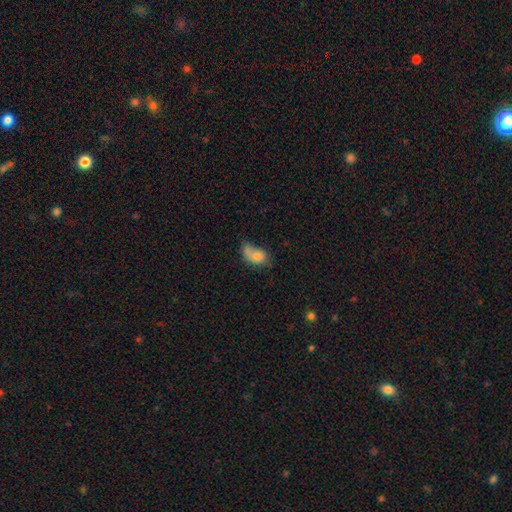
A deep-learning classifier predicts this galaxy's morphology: smooth_or_featured: smooth (p=0.76) [alt: featured or disk p=0.15]
how_rounded: in between (p=0.76) [alt: round p=0.22]
merging: merger (p=0.37) [alt: none p=0.27]